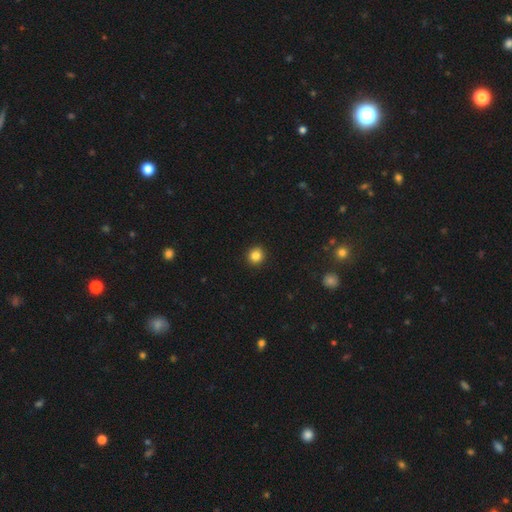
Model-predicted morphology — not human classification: type=smooth (85%); roundness=round (88%); merging=none (93%).